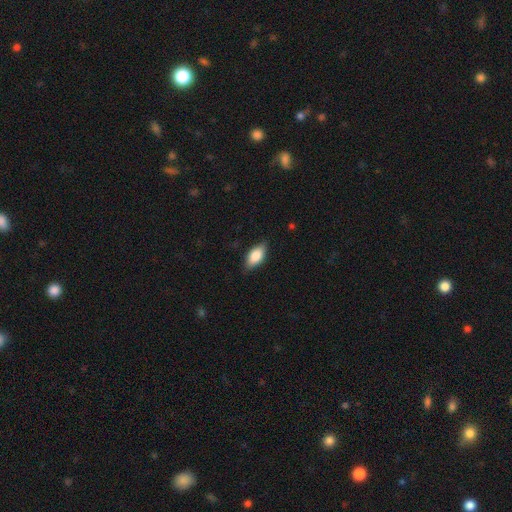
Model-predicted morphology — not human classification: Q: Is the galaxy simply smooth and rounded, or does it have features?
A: smooth — 77%.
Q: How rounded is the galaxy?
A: in between — 87%.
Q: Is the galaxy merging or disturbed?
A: none — 82%.